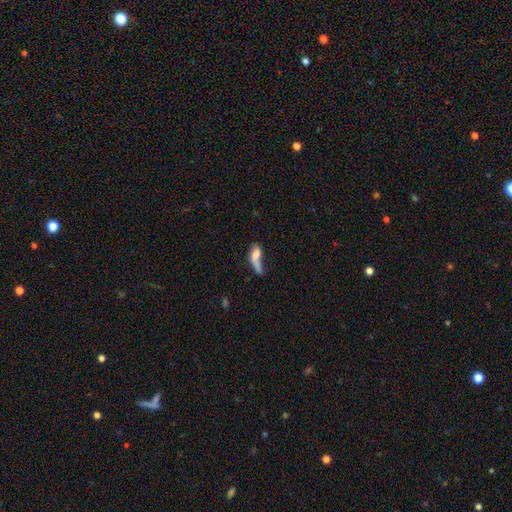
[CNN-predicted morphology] smooth-or-featured: smooth: 61% | featured or disk: 29% | star or artifact: 10%
  how-rounded: in between: 60% | cigar-shaped: 35% | round: 5%
  merging: major disturbance: 33% | merger: 26% | none: 22% | minor disturbance: 19%